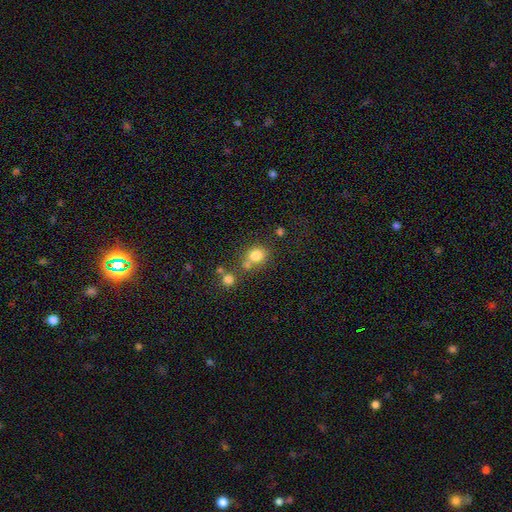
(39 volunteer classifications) Smooth or featured? 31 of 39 (79%) said smooth. How rounded? 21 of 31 (68%) said round. Merging? 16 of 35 (46%) said merger.